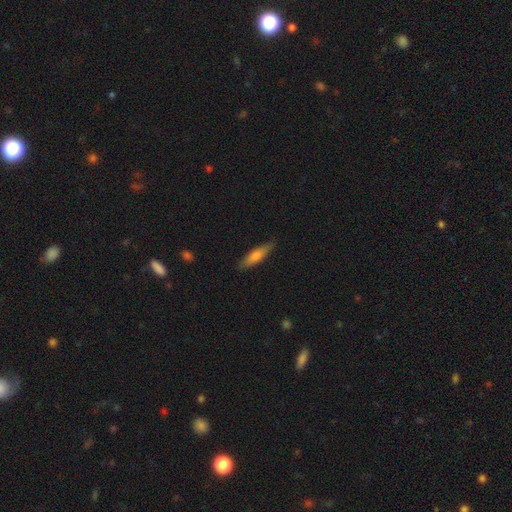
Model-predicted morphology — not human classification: smooth-or-featured: smooth: 63% | featured or disk: 31% | star or artifact: 6%
  how-rounded: cigar-shaped: 73% | in between: 25% | round: 2%
  merging: none: 87% | minor disturbance: 10% | major disturbance: 2% | merger: 1%